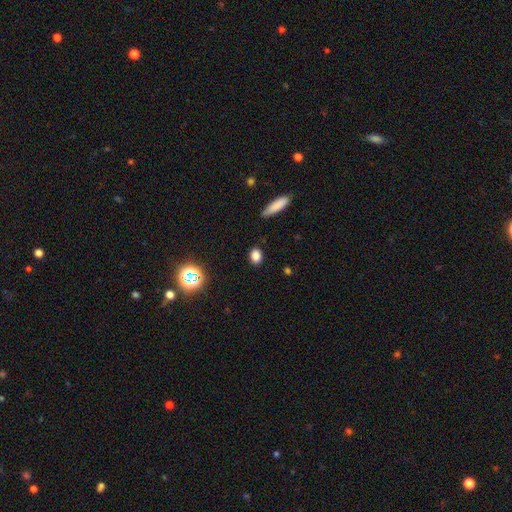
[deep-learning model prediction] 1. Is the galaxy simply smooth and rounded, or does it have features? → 80% smooth, 14% star or artifact, 6% featured or disk.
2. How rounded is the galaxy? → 67% in between, 30% round, 3% cigar-shaped.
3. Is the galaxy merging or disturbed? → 88% none, 8% minor disturbance, 2% major disturbance, 2% merger.